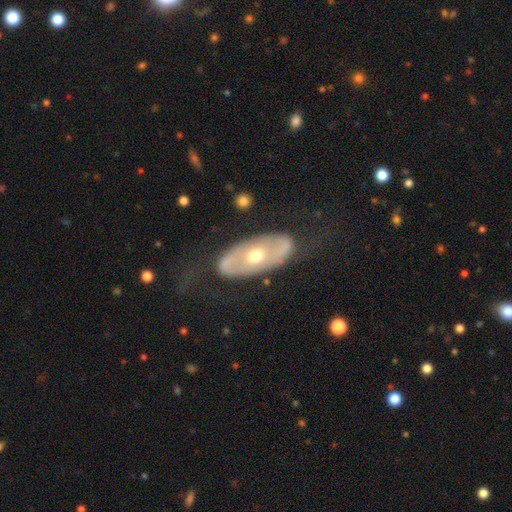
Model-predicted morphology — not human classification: Smooth or featured? featured or disk (67%)
Edge-on disk? no (86%)
Bar? no (74%)
Spiral arms? no (64%)
Bulge size? moderate (74%)
Merging? none (73%)